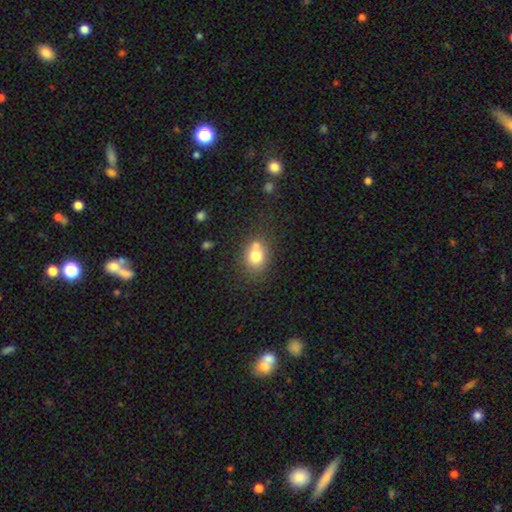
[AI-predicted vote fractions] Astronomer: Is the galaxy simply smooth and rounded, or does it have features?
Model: smooth — 74%.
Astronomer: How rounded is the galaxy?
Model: round — 56% (runner-up: in between, 43%).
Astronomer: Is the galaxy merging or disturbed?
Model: none — 56%.